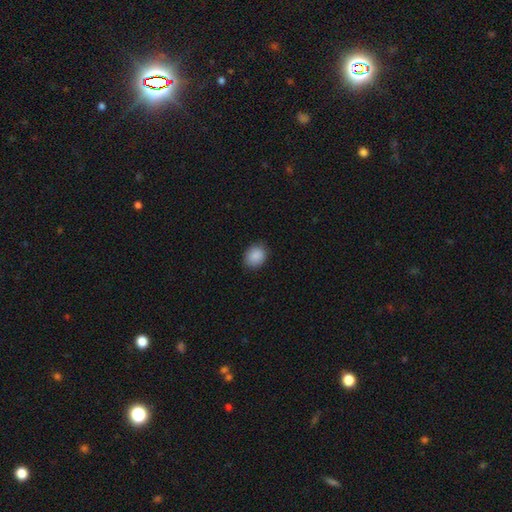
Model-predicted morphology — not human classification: Smooth or featured?
  - smooth: 89% *
  - star or artifact: 8%
  - featured or disk: 3%
How rounded?
  - round: 57% *
  - in between: 42%
  - cigar-shaped: 1%
Merging?
  - none: 85% *
  - minor disturbance: 12%
  - major disturbance: 3%
  - merger: 1%